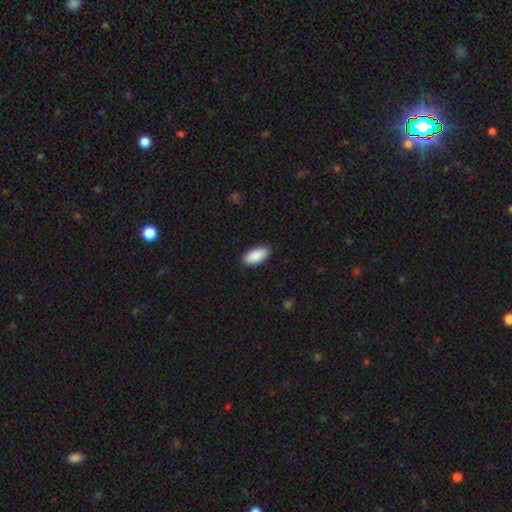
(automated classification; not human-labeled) smooth-or-featured: smooth: 90% | star or artifact: 6% | featured or disk: 4%
  how-rounded: in between: 93% | cigar-shaped: 5% | round: 2%
  merging: none: 88% | minor disturbance: 9% | major disturbance: 2% | merger: 1%